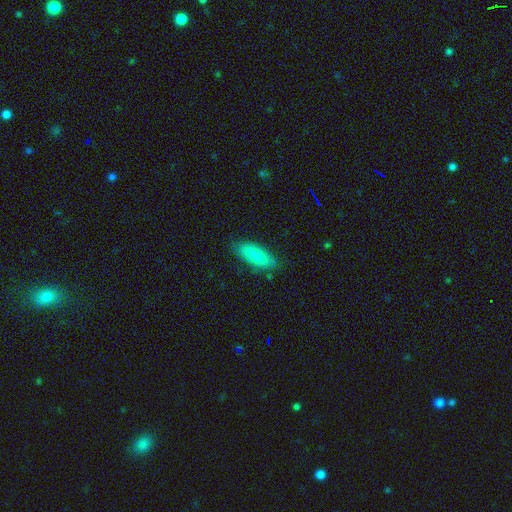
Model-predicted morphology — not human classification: Smooth or featured?
  - smooth: 86% *
  - featured or disk: 7%
  - star or artifact: 6%
How rounded?
  - in between: 60% *
  - cigar-shaped: 38%
  - round: 2%
Merging?
  - none: 80% *
  - minor disturbance: 15%
  - major disturbance: 3%
  - merger: 1%